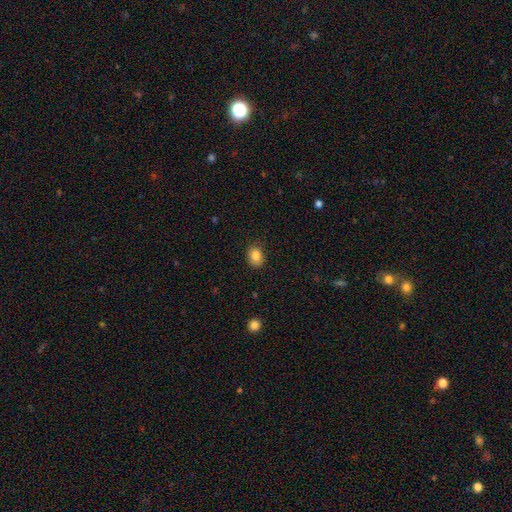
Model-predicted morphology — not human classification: Q: Smooth or featured?
A: smooth (84%); runner-up: star or artifact (9%)
Q: How rounded?
A: in between (58%); runner-up: round (41%)
Q: Merging?
A: none (85%); runner-up: minor disturbance (11%)